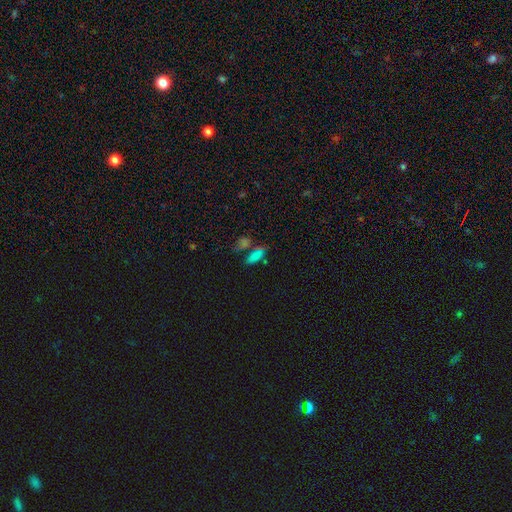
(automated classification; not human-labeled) This is likely a smooth galaxy (71%). How rounded: likely in between (72%). Merging: possibly none (50%).